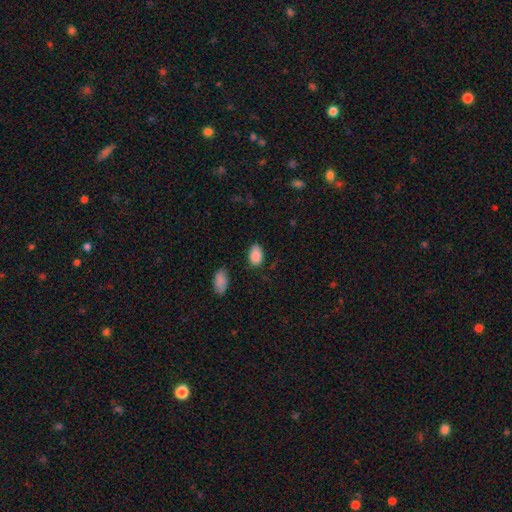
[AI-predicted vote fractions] Smooth or featured?
  - smooth: 88% *
  - star or artifact: 8%
  - featured or disk: 5%
How rounded?
  - in between: 89% *
  - round: 9%
  - cigar-shaped: 1%
Merging?
  - none: 74% *
  - minor disturbance: 20%
  - major disturbance: 4%
  - merger: 3%